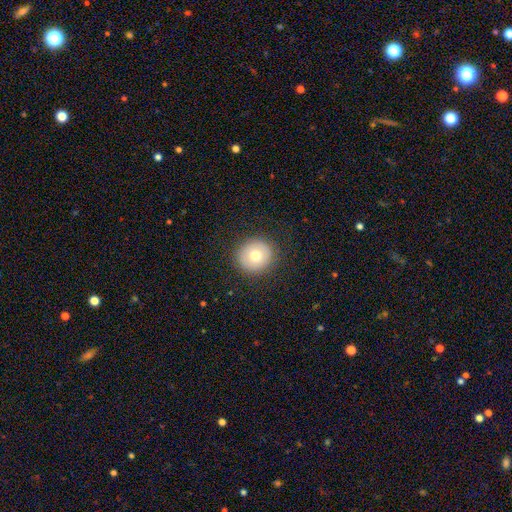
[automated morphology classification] smooth_or_featured: smooth (p=0.69) [alt: featured or disk p=0.20]
how_rounded: round (p=0.93) [alt: in between p=0.06]
merging: none (p=0.89) [alt: minor disturbance p=0.07]